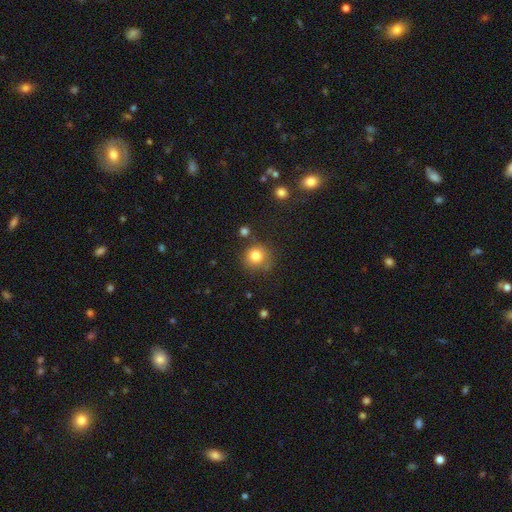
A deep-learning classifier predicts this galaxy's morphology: Smooth or featured? Predicted: smooth (p=0.82). How rounded? Predicted: round (p=0.91). Merging? Predicted: none (p=0.78).